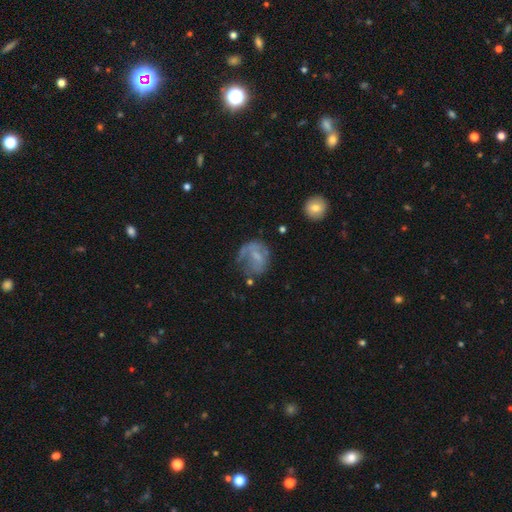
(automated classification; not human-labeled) smooth_or_featured: featured or disk (p=0.49) [alt: smooth p=0.40]
merging: none (p=0.36) [tied with: major disturbance p=0.36]